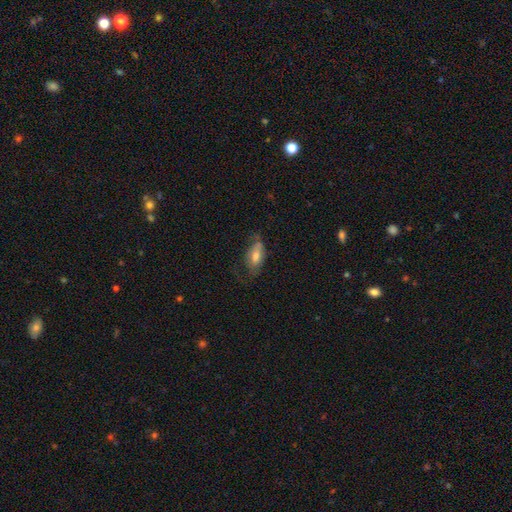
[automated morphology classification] Smooth or featured? smooth (60%)
How rounded? in between (85%)
Merging? none (46%)